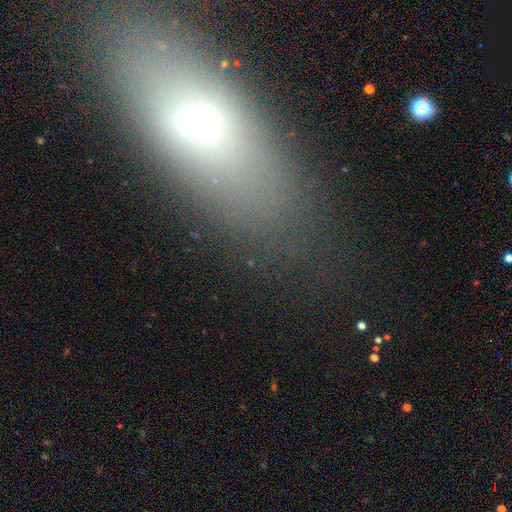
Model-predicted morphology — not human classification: smooth_or_featured: smooth (p=0.55) [alt: featured or disk p=0.23]
how_rounded: in between (p=0.67) [alt: cigar-shaped p=0.22]
merging: none (p=0.77) [alt: minor disturbance p=0.13]